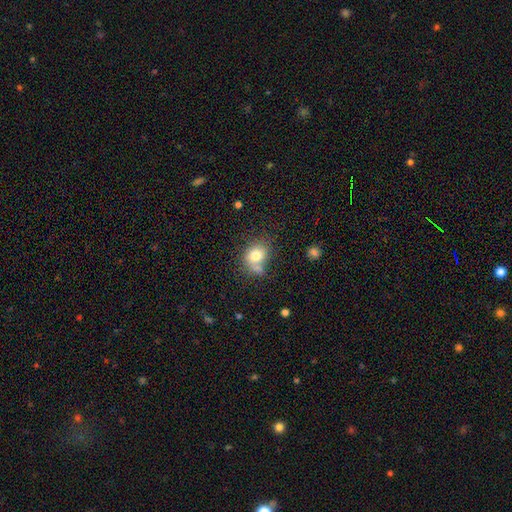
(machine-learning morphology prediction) This is likely a smooth galaxy (77%). How rounded: possibly round (54%). Merging: possibly none (47%).